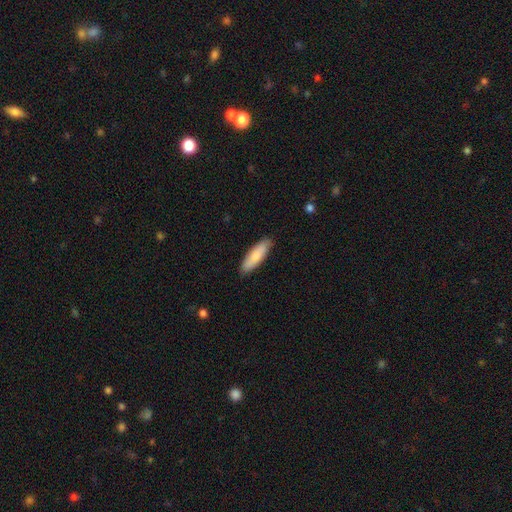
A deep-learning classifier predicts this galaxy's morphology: Q: Smooth or featured?
A: smooth (78%); runner-up: featured or disk (16%)
Q: How rounded?
A: cigar-shaped (57%); runner-up: in between (41%)
Q: Merging?
A: none (87%); runner-up: minor disturbance (10%)